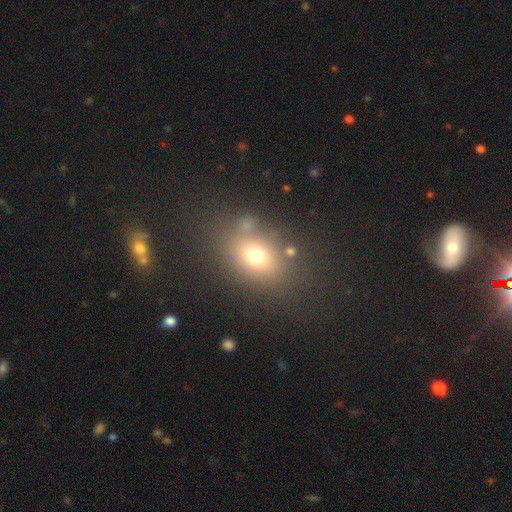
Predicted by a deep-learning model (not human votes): The model was most divided on "how rounded": in between: 62%, round: 37%, cigar-shaped: 2%. More confident: merging — none (73%); smooth or featured — smooth (70%).